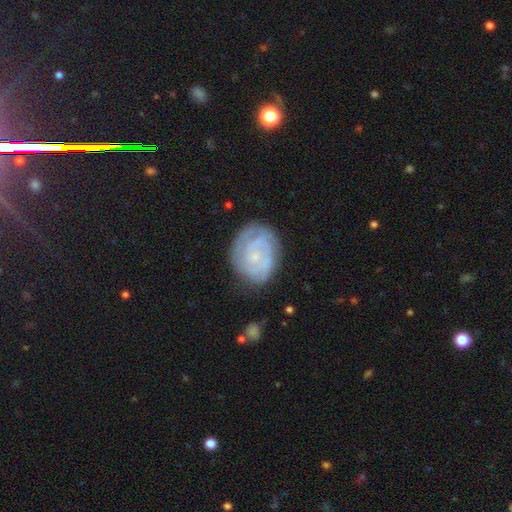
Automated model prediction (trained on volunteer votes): featured or disk 80%, smooth 13%, star or artifact 7%. Down the decision tree: edge-on disk — no (98%); bar — no (65%); spiral arms — yes (94%); spiral arm count — 2 (42%); spiral winding — tight (73%); bulge size — small (72%); merging — none (76%).